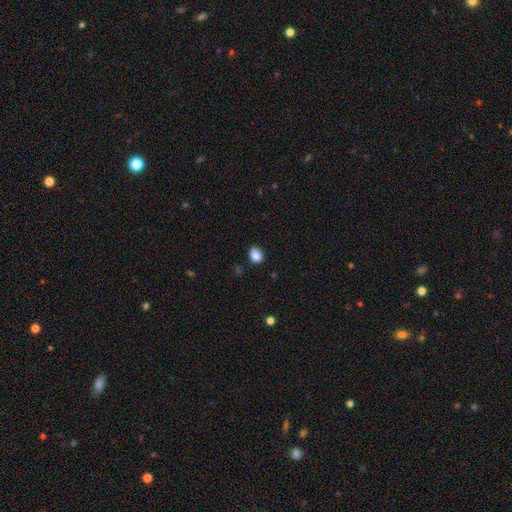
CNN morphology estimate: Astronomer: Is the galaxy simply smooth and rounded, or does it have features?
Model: smooth — 85%.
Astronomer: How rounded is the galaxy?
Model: in between — 54% (runner-up: round, 45%).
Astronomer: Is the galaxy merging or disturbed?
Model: none — 75%.